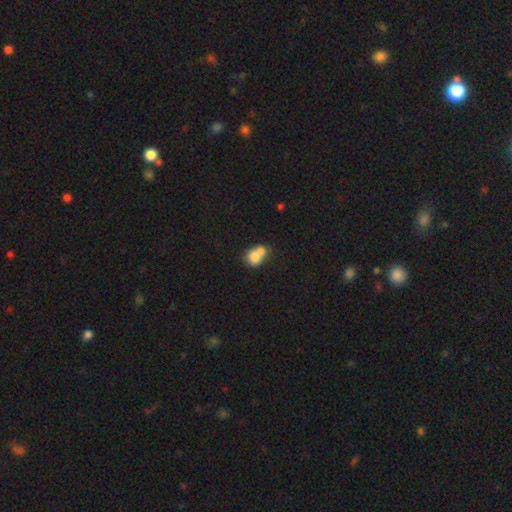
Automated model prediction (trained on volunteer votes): smooth_or_featured: smooth (p=0.76) [alt: featured or disk p=0.15]
how_rounded: round (p=0.56) [alt: in between p=0.43]
merging: merger (p=0.61) [alt: none p=0.25]